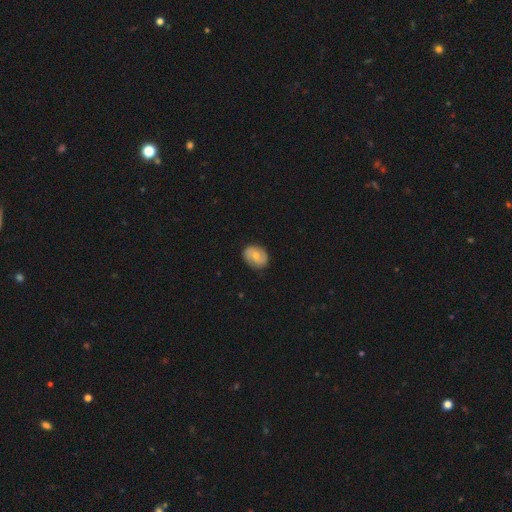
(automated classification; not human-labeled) smooth 56%, featured or disk 37%, star or artifact 7%. Down the decision tree: how rounded — in between (55%); merging — none (83%).